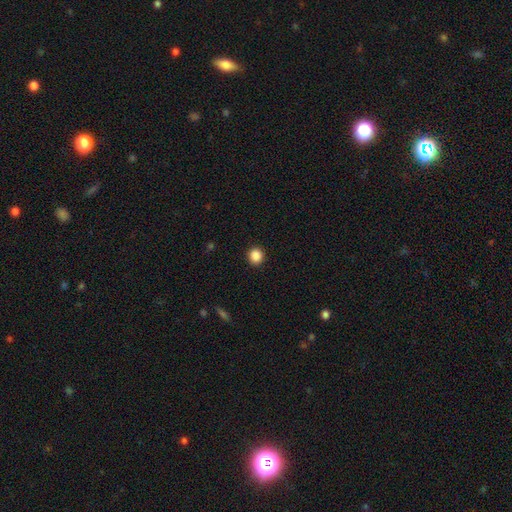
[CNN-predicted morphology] smooth 87%, star or artifact 10%, featured or disk 3%. Down the decision tree: how rounded — round (90%); merging — none (92%).